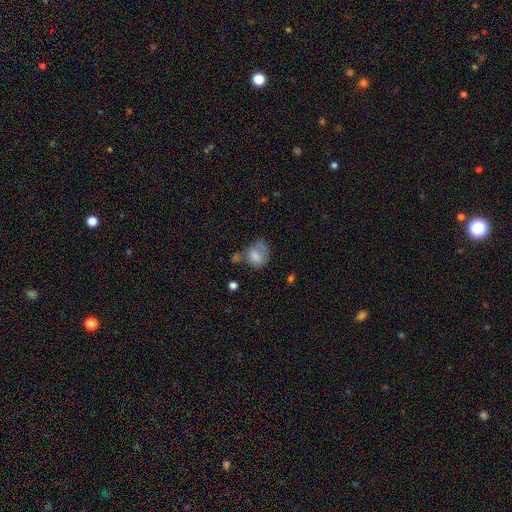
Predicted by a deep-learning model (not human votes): smooth-or-featured: smooth: 71% | featured or disk: 19% | star or artifact: 10%
  how-rounded: in between: 63% | round: 36% | cigar-shaped: 1%
  merging: none: 31% | minor disturbance: 26% | major disturbance: 23% | merger: 19%